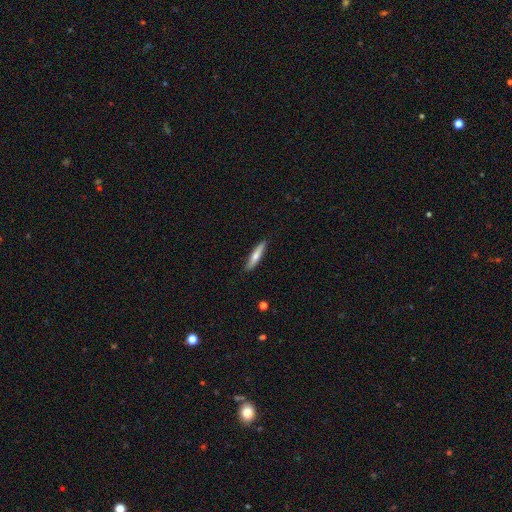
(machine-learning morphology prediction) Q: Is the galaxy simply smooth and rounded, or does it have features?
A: smooth — 62%.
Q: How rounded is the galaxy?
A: cigar-shaped — 87%.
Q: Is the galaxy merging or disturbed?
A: none — 88%.